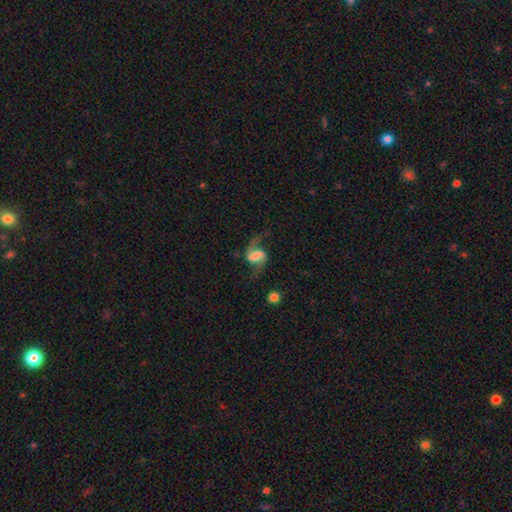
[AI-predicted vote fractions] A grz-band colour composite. It shows a featured or disk galaxy (82%) with a weak bar (46%), 2 (92%) loose (68%) spiral arms (96%) and a moderate central bulge (39%). Merging: none (69%).